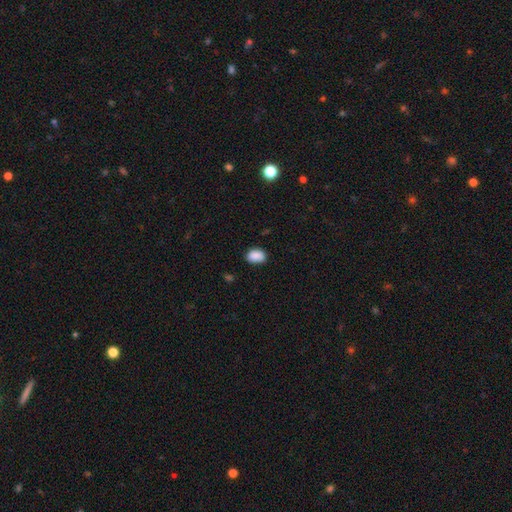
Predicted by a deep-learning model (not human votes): This is clearly a smooth galaxy (88%). How rounded: likely in between (74%). Merging: likely none (80%).